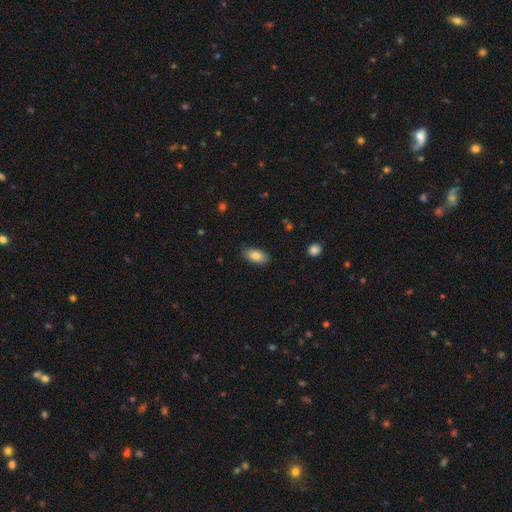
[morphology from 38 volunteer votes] Smooth or featured: smooth — 79% (featured or disk — 13%)
How rounded: in between — 93% (round — 3%)
Merging: none — 91% (minor disturbance — 9%)